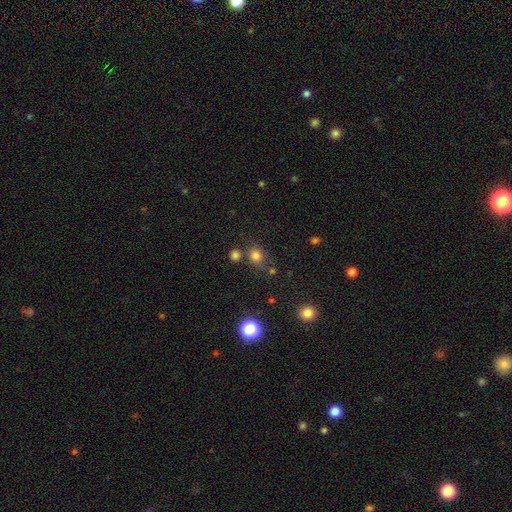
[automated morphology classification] smooth 76%, star or artifact 16%, featured or disk 7%. Down the decision tree: how rounded — round (72%); merging — none (66%).